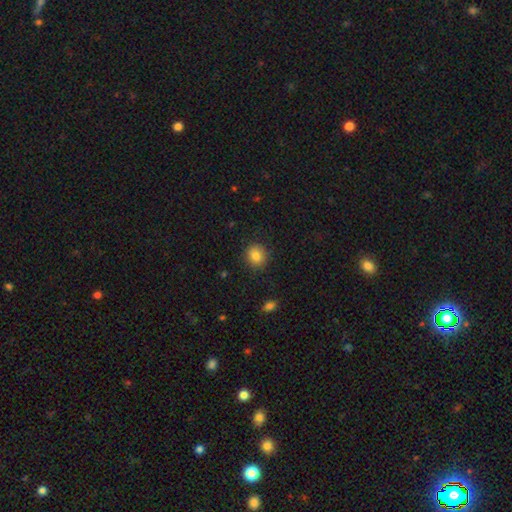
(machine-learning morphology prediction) Smooth or featured?
  - smooth: 84% *
  - star or artifact: 10%
  - featured or disk: 6%
How rounded?
  - round: 85% *
  - in between: 14%
  - cigar-shaped: 1%
Merging?
  - none: 89% *
  - minor disturbance: 8%
  - major disturbance: 2%
  - merger: 1%